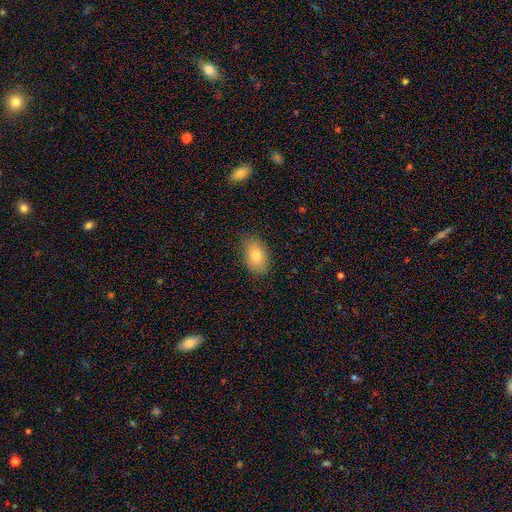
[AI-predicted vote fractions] Smooth or featured? Predicted: smooth (p=0.79). How rounded? Predicted: in between (p=0.89). Merging? Predicted: none (p=0.86).